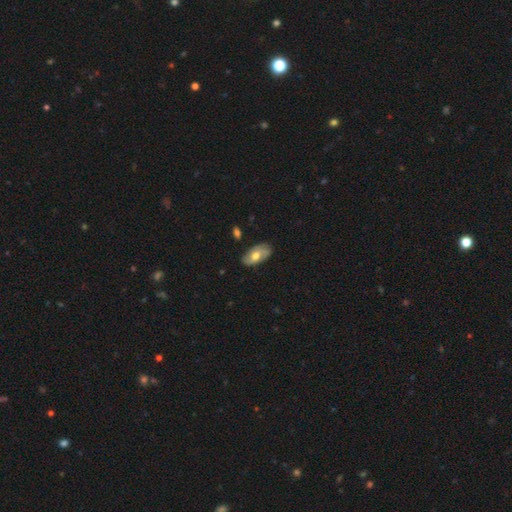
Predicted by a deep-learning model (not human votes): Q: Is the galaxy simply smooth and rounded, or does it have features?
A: featured or disk — 48%.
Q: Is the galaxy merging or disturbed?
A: none — 77%.